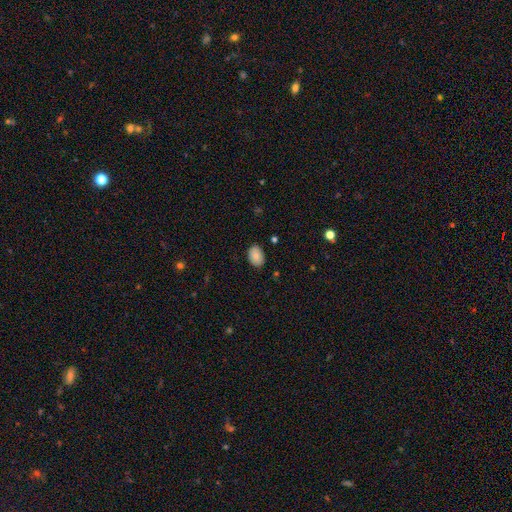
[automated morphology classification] A smooth galaxy with no disk features (87%) that is in between round and cigar-shaped (83%).

Vote fractions:
- Smooth or featured? smooth: 87% / star or artifact: 7% / featured or disk: 5%
- How rounded? in between: 83% / round: 16% / cigar-shaped: 1%
- Merging? none: 85% / minor disturbance: 11% / major disturbance: 2% / merger: 1%